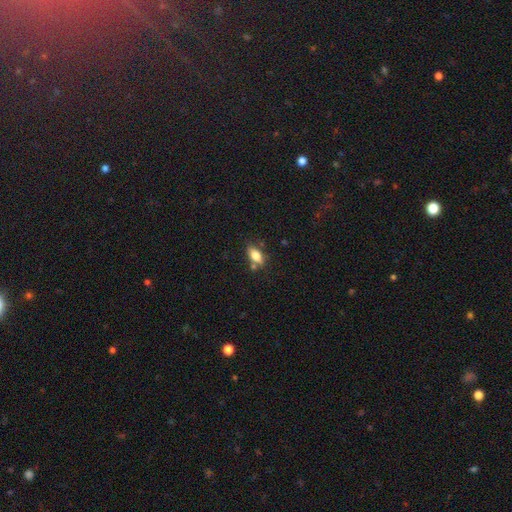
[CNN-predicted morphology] smooth-or-featured: smooth: 78% | featured or disk: 14% | star or artifact: 8%
  how-rounded: in between: 86% | cigar-shaped: 8% | round: 5%
  merging: none: 69% | minor disturbance: 16% | merger: 11% | major disturbance: 4%